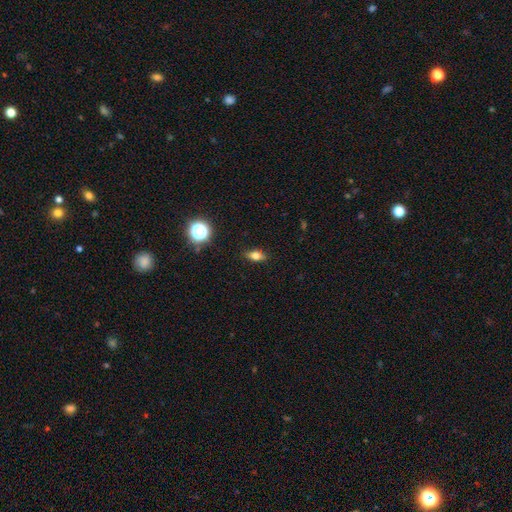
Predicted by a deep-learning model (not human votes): A smooth galaxy with no disk features (73%) that is in between round and cigar-shaped (75%). Merging: none (86%).